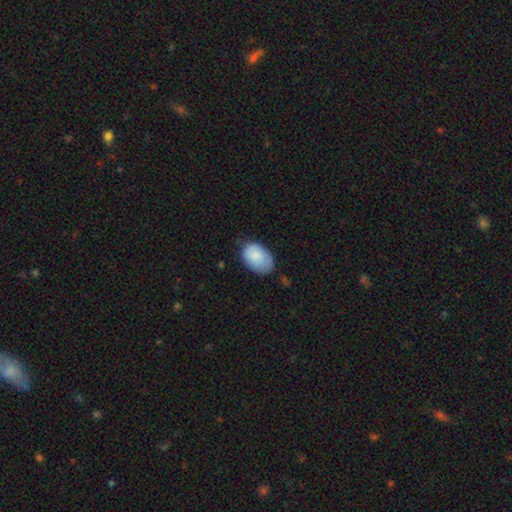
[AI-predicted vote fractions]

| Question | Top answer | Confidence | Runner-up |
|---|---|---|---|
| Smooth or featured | smooth | 82% | featured or disk (11%) |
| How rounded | in between | 87% | round (12%) |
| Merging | none | 63% | minor disturbance (29%) |